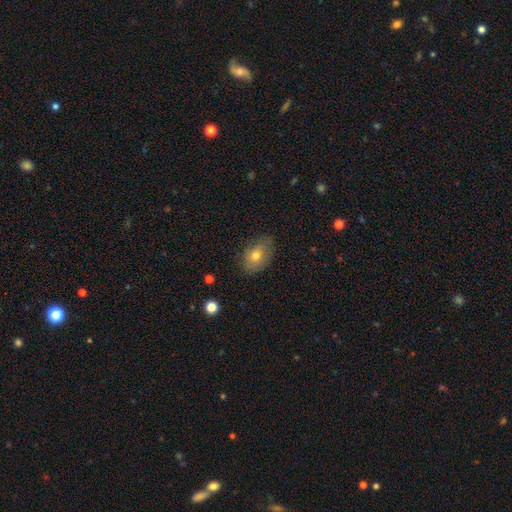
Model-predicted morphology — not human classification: smooth-or-featured: smooth: 71% | featured or disk: 19% | star or artifact: 9%
  how-rounded: in between: 77% | round: 22% | cigar-shaped: 1%
  merging: none: 73% | minor disturbance: 21% | major disturbance: 5% | merger: 1%